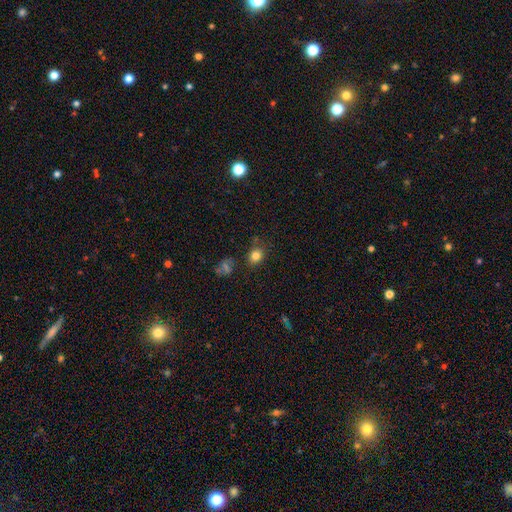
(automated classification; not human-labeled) Morphology: type=smooth (81%); roundness=round (60%); merging=none (76%).